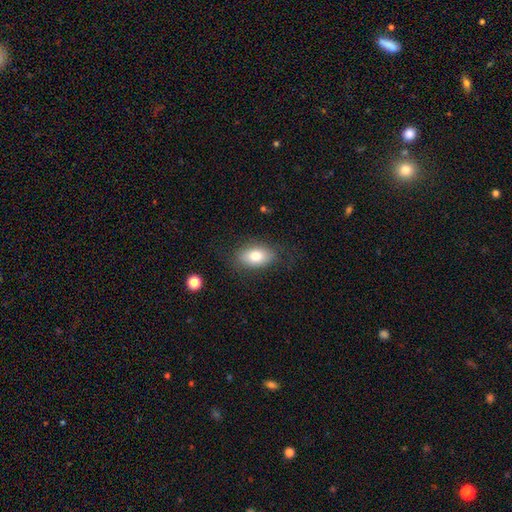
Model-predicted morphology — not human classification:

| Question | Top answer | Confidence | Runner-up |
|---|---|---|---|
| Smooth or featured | smooth | 76% | featured or disk (16%) |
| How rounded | in between | 87% | round (11%) |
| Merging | none | 79% | minor disturbance (14%) |